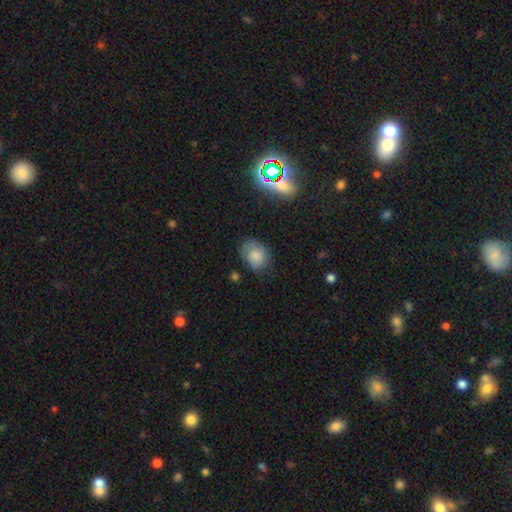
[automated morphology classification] Q: Smooth or featured?
A: smooth (73%); runner-up: featured or disk (17%)
Q: How rounded?
A: in between (62%); runner-up: round (37%)
Q: Merging?
A: none (62%); runner-up: minor disturbance (27%)